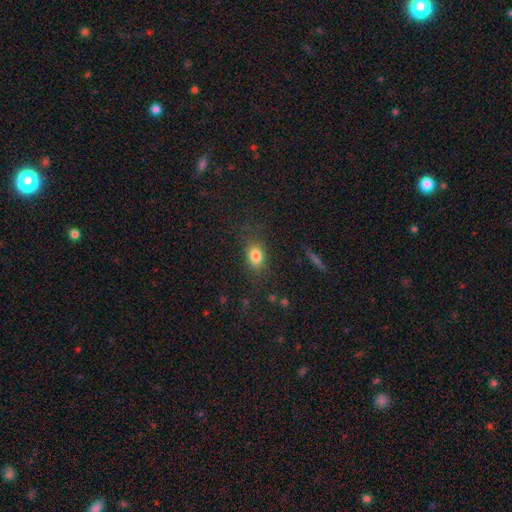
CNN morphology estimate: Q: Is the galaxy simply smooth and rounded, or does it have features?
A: smooth — 81%.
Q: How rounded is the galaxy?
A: in between — 68%.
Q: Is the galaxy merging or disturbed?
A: none — 79%.